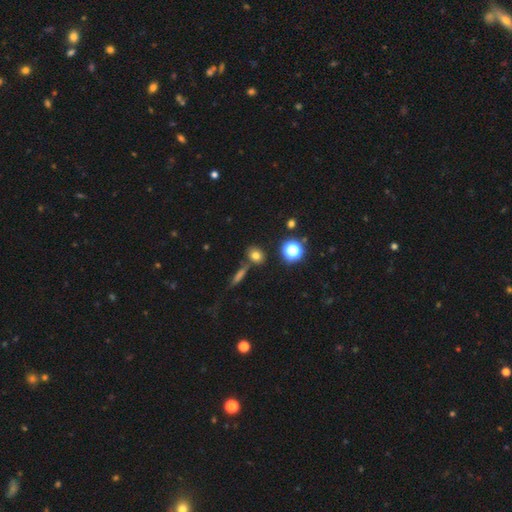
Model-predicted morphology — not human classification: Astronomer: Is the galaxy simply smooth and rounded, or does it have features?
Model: smooth — 73%.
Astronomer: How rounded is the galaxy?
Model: round — 59% (runner-up: in between, 37%).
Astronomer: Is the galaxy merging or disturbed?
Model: none — 73%.